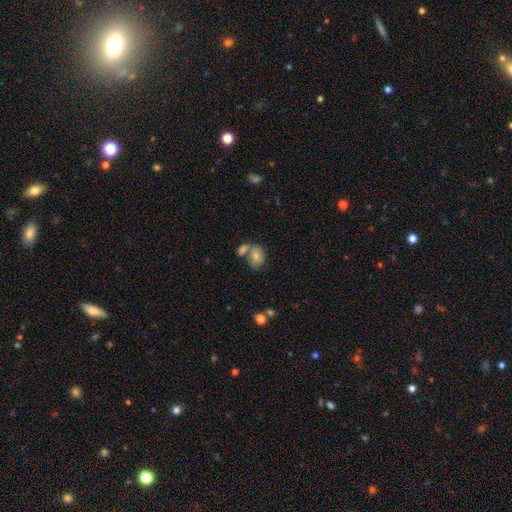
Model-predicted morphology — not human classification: Overall: smooth (78%). How rounded: in between (76%). Merging: merger (43%; none 38%).